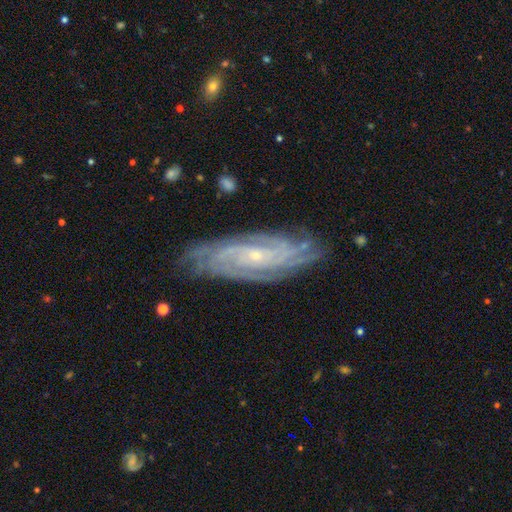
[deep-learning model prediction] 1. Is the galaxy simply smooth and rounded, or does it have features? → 89% featured or disk, 6% star or artifact, 5% smooth.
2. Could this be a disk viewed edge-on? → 92% no, 8% yes.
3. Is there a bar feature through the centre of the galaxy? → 61% no, 28% weak, 11% strong.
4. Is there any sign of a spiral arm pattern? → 98% yes, 2% no.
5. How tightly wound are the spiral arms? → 74% tight, 22% medium, 4% loose.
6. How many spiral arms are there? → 25% 4, 23% can't tell, 18% 3, 15% 2, 12% more than 4, 7% 1.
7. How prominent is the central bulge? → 81% small, 15% moderate, 2% none, 1% large, 1% dominant.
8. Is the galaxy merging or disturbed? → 81% none, 15% minor disturbance, 3% major disturbance, 1% merger.